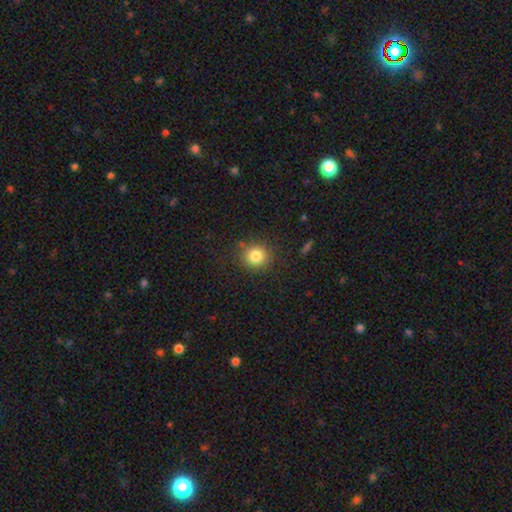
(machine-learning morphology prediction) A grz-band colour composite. It shows a smooth galaxy with no disk features (82%) that is round (87%). Merging: none (85%).